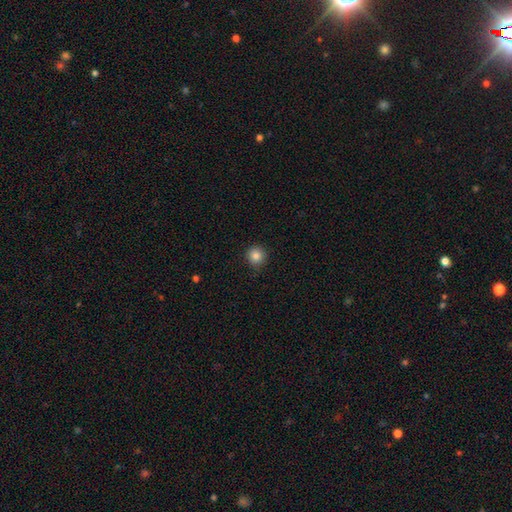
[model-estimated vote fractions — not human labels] A smooth galaxy with no disk features (84%) that is round (95%). Merging: none (89%).